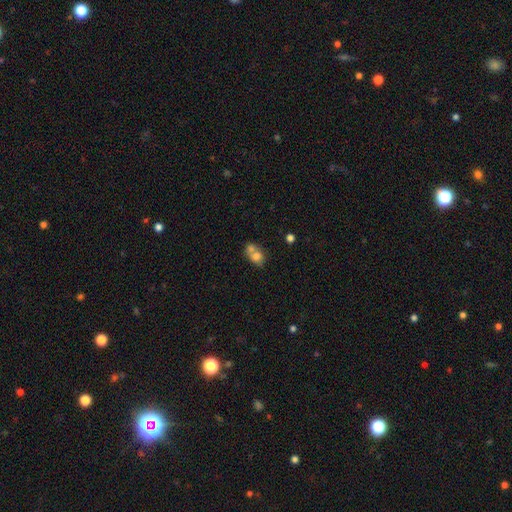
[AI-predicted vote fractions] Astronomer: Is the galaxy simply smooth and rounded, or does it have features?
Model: smooth — 71%.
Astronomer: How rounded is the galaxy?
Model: round — 52% (runner-up: in between, 46%).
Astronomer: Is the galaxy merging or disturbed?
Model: merger — 63%.